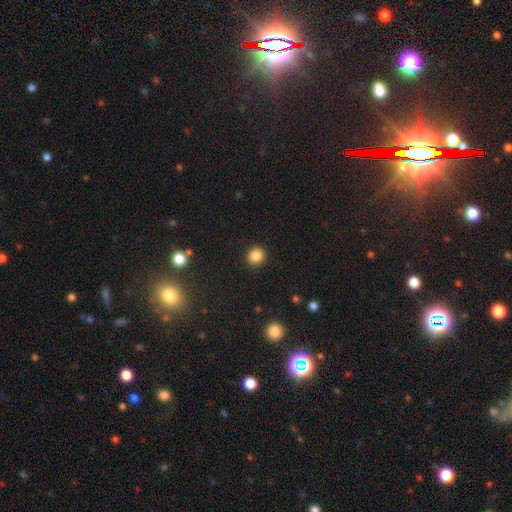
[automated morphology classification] Smooth or featured?
  - smooth: 86% *
  - star or artifact: 11%
  - featured or disk: 3%
How rounded?
  - round: 90% *
  - in between: 9%
  - cigar-shaped: 1%
Merging?
  - none: 92% *
  - minor disturbance: 5%
  - major disturbance: 2%
  - merger: 1%